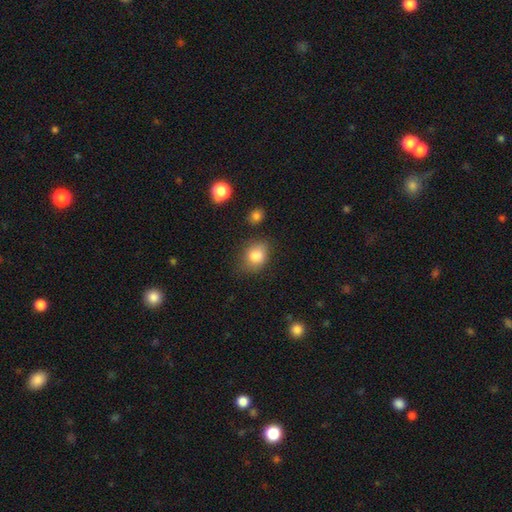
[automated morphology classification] type=smooth (82%); roundness=in between (53%); merging=none (67%).